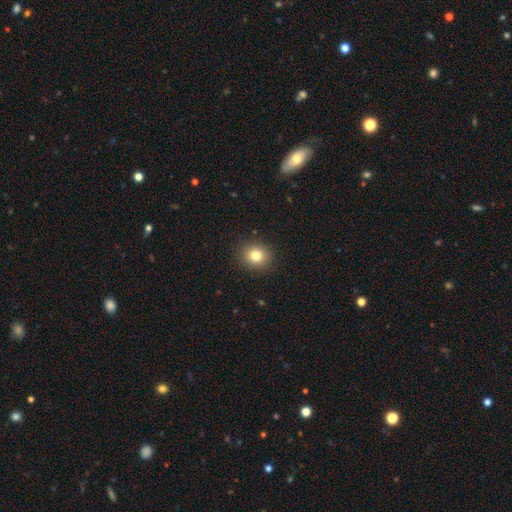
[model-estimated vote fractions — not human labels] This appears to be a smooth galaxy with no disk features (80%) that is round (79%). Merging: none (90%).